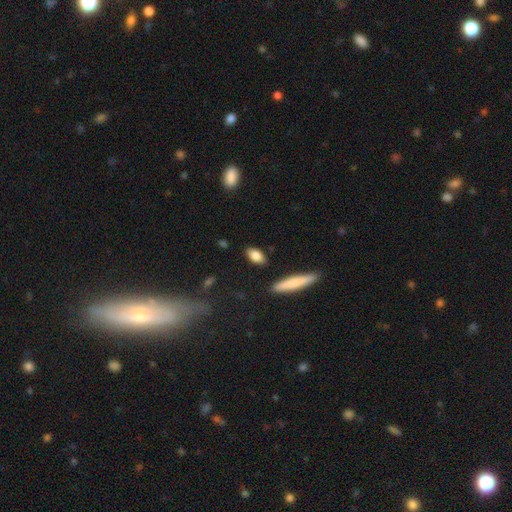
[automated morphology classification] This appears to be a smooth galaxy with no disk features (83%) that is in between round and cigar-shaped (84%). Merging: none (86%).